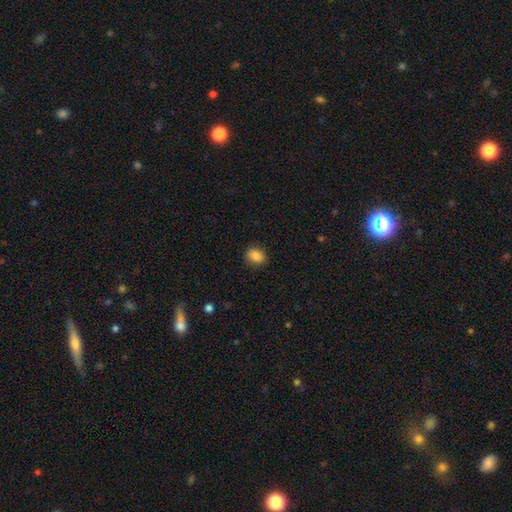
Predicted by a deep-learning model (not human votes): This is clearly a smooth galaxy (85%). How rounded: possibly in between (54%). Merging: clearly none (86%).